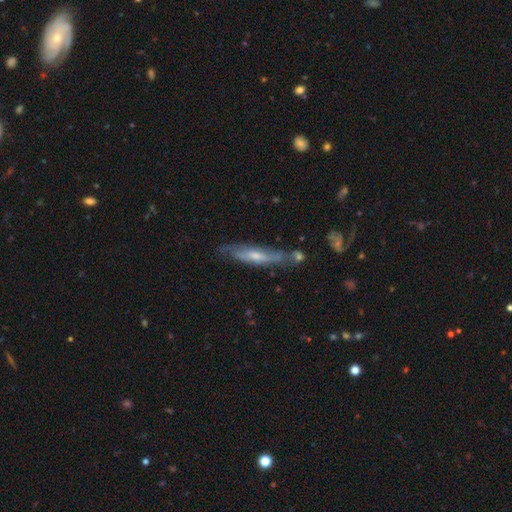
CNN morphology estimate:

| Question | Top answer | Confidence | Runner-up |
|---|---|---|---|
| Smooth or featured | featured or disk | 63% | smooth (30%) |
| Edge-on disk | yes | 67% | no (33%) |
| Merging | none | 67% | minor disturbance (20%) |